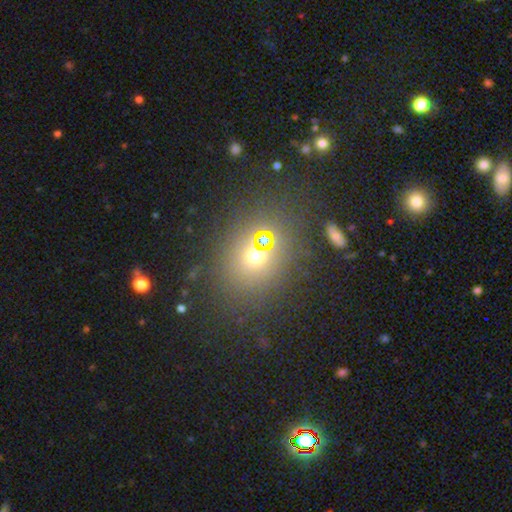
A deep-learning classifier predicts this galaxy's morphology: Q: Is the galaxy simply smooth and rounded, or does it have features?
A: smooth — 53%.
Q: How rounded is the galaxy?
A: round — 70%.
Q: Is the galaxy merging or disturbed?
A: none — 71%.